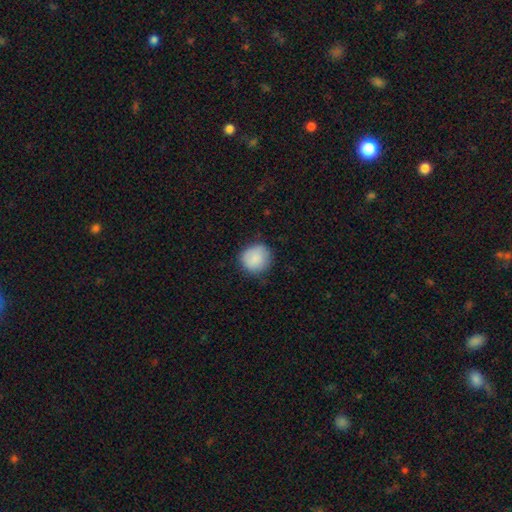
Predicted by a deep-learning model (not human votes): smooth_or_featured: smooth (p=0.88) [alt: star or artifact p=0.07]
how_rounded: round (p=0.88) [alt: in between p=0.11]
merging: none (p=0.79) [alt: minor disturbance p=0.17]